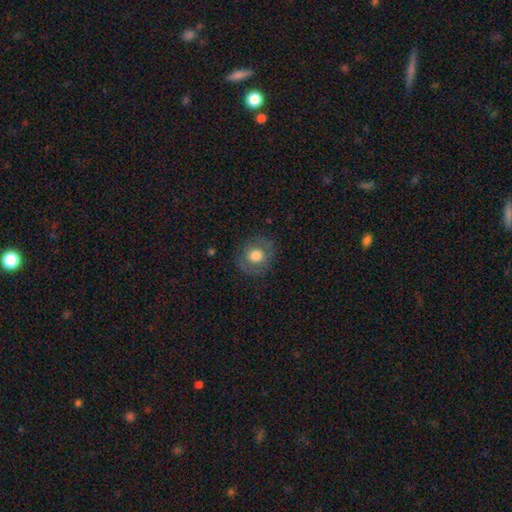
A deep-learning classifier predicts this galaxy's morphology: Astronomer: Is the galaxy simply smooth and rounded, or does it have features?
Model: smooth — 67%.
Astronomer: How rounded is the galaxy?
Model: round — 84%.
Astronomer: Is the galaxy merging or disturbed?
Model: none — 81%.